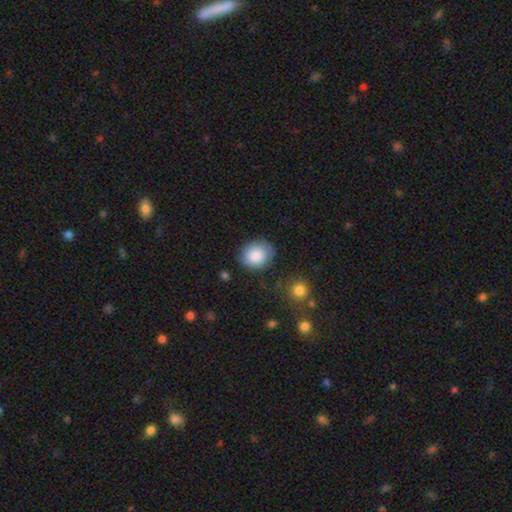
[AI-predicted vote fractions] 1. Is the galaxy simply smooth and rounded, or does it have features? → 86% smooth, 7% star or artifact, 7% featured or disk.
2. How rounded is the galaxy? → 69% round, 30% in between, 1% cigar-shaped.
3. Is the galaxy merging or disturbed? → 77% none, 16% minor disturbance, 4% major disturbance, 3% merger.